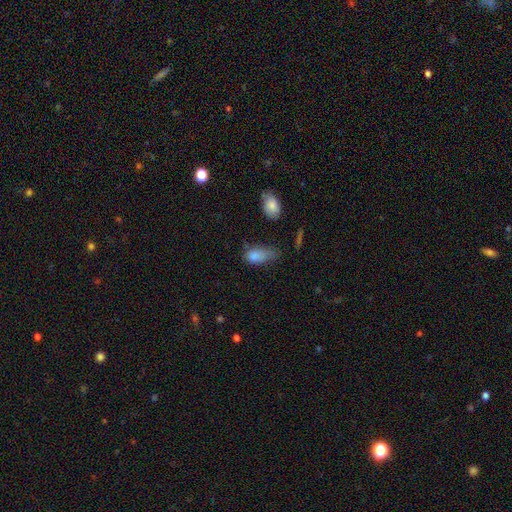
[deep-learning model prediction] smooth 80%, featured or disk 11%, star or artifact 9%. Down the decision tree: how rounded — in between (87%); merging — minor disturbance (39%).